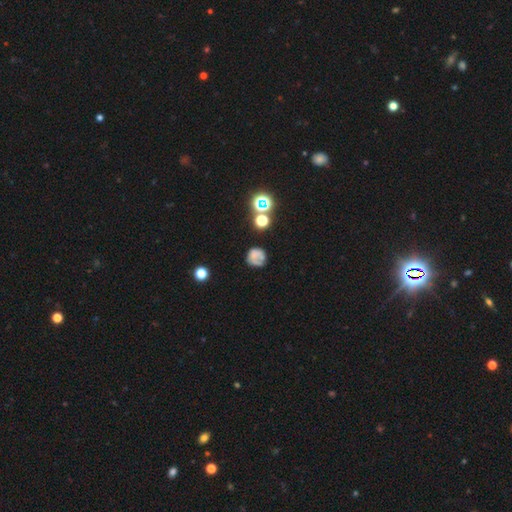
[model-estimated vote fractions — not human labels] smooth-or-featured: smooth: 54% | featured or disk: 30% | star or artifact: 16%
  how-rounded: round: 81% | in between: 18% | cigar-shaped: 1%
  merging: none: 50% | minor disturbance: 23% | major disturbance: 17% | merger: 9%